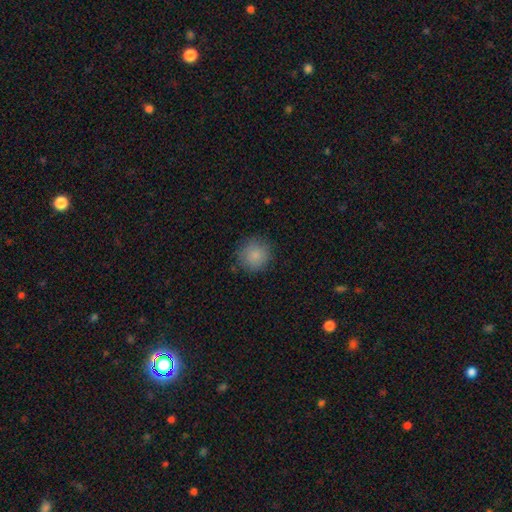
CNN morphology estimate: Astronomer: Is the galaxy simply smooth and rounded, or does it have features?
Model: smooth — 86%.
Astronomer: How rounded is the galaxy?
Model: round — 92%.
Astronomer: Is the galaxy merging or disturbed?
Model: none — 84%.